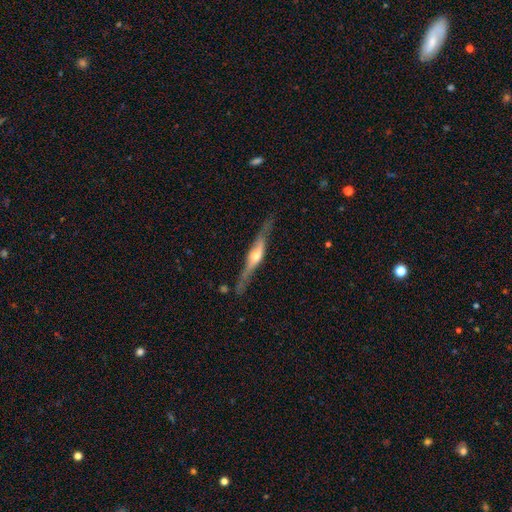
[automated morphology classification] smooth_or_featured: featured or disk (p=0.76) [alt: smooth p=0.19]
disk_edge_on: yes (p=0.92) [alt: no p=0.08]
edge_on_bulge: rounded (p=0.84) [alt: boxy p=0.11]
merging: none (p=0.74) [alt: minor disturbance p=0.17]